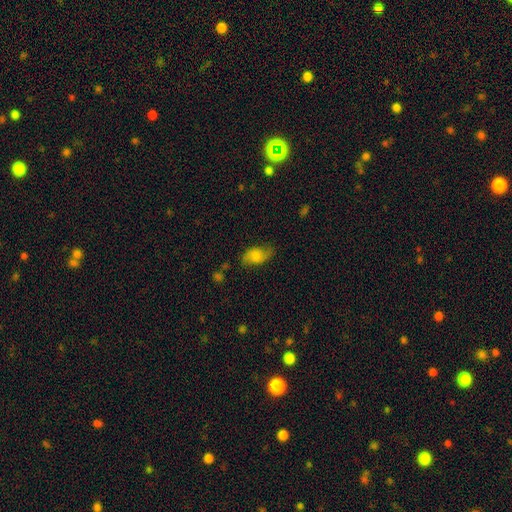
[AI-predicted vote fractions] smooth-or-featured: smooth: 61% | featured or disk: 30% | star or artifact: 9%
  how-rounded: in between: 90% | round: 7% | cigar-shaped: 3%
  merging: none: 69% | minor disturbance: 22% | major disturbance: 7% | merger: 2%